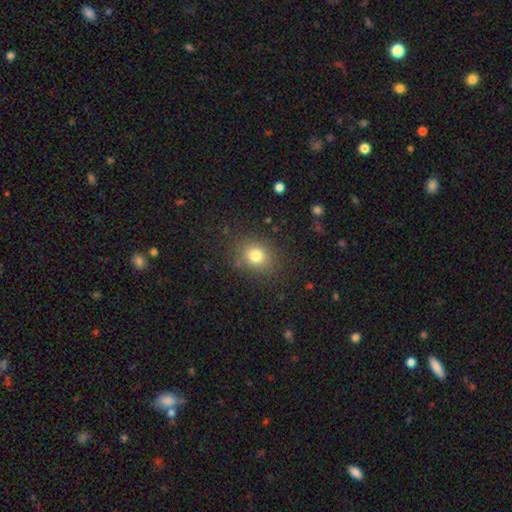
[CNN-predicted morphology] A smooth galaxy with no disk features (79%) that is round (65%).

Vote fractions:
- Smooth or featured? smooth: 79% / star or artifact: 13% / featured or disk: 8%
- How rounded? round: 65% / in between: 34% / cigar-shaped: 1%
- Merging? none: 84% / minor disturbance: 11% / major disturbance: 4% / merger: 2%